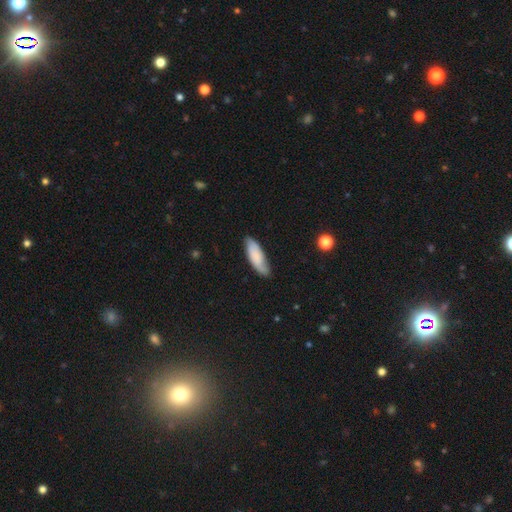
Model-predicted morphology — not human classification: smooth_or_featured: smooth (p=0.75) [alt: featured or disk p=0.19]
how_rounded: in between (p=0.58) [alt: cigar-shaped p=0.40]
merging: none (p=0.72) [alt: minor disturbance p=0.22]